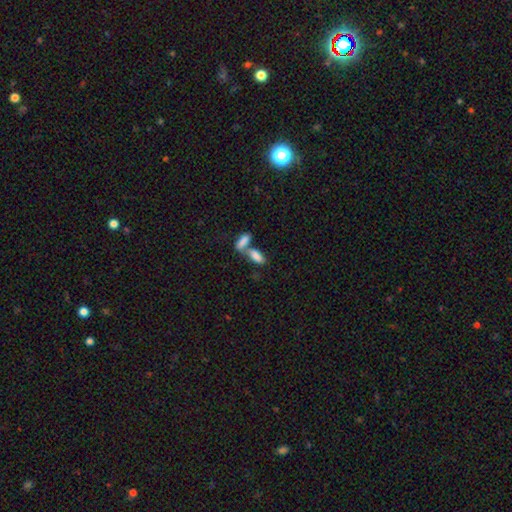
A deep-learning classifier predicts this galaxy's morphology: This appears to be a smooth galaxy with no disk features (83%) that is in between round and cigar-shaped (83%). Merging: merger (61%).